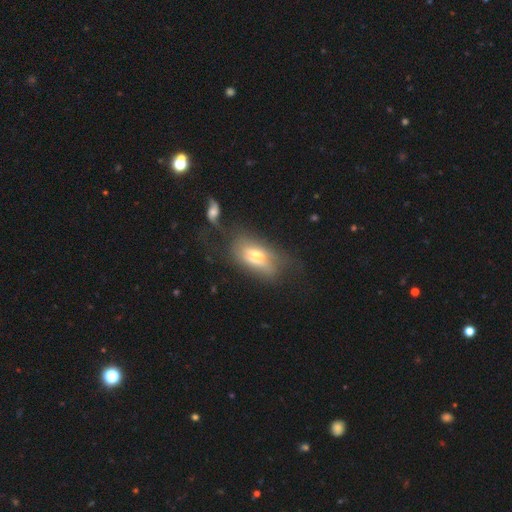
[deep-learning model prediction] smooth_or_featured: featured or disk (p=0.48) [alt: smooth p=0.43]
merging: none (p=0.40) [alt: major disturbance p=0.25]